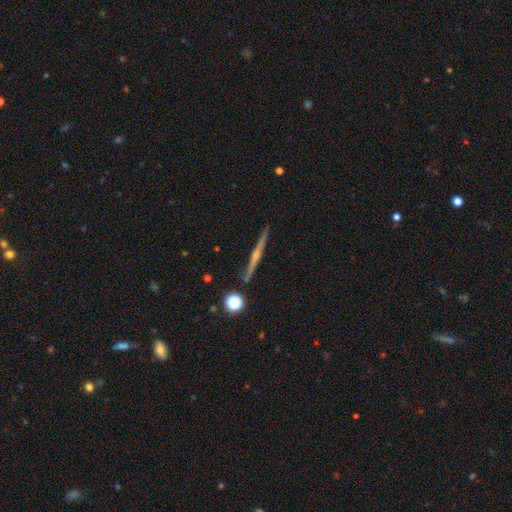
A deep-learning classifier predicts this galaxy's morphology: A featured or disk galaxy (60%) viewed edge-on (92%) with a rounded central bulge (59%). Merging: none (80%).